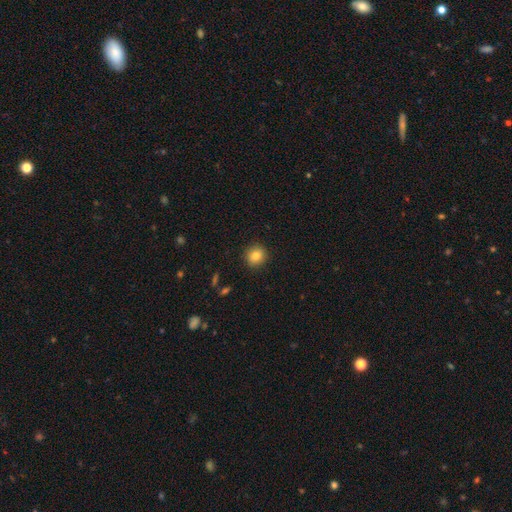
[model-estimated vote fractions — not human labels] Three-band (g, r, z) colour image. It shows a smooth galaxy with no disk features (83%) that is round (88%). Merging: none (91%).